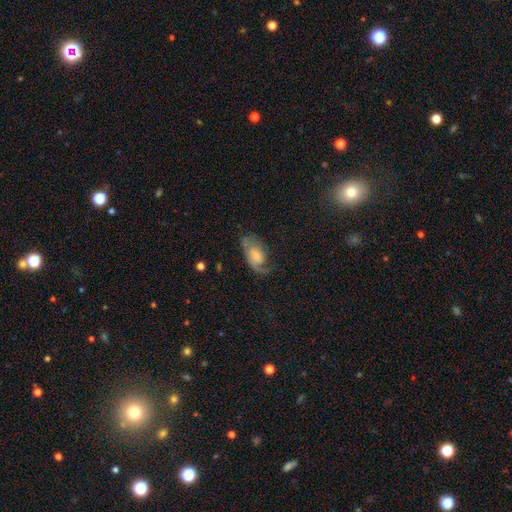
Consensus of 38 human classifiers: Smooth or featured?
  - featured or disk: 71% *
  - smooth: 18%
  - star or artifact: 11%
Edge-on disk?
  - no: 96% *
  - yes: 4%
Bar?
  - weak: 46% *
  - no: 31%
  - strong: 23%
Spiral arms?
  - yes: 88% *
  - no: 12%
Spiral winding?
  - loose: 52% *
  - medium: 39%
  - tight: 9%
Spiral arm count?
  - 2: 48% *
  - 1: 35%
  - can't tell: 17%
  - 3: 0%
  - 4: 0%
  - more than 4: 0%
Bulge size?
  - small: 42% *
  - moderate: 27%
  - none: 23%
  - large: 8%
  - dominant: 0%
Merging?
  - none: 47% *
  - minor disturbance: 32%
  - major disturbance: 21%
  - merger: 0%